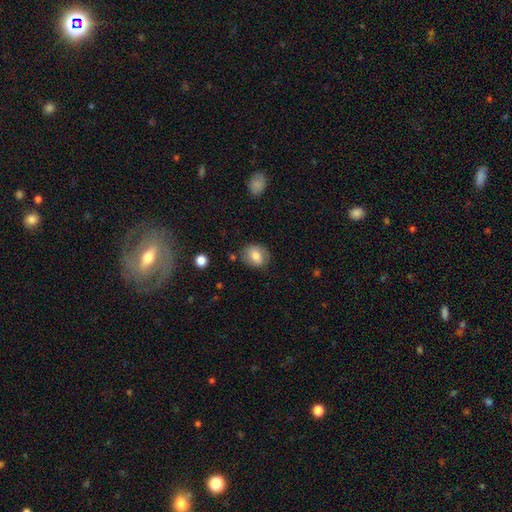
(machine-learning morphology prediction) This appears to be a smooth galaxy with no disk features (76%) that is round (50%). Merging: none (74%).